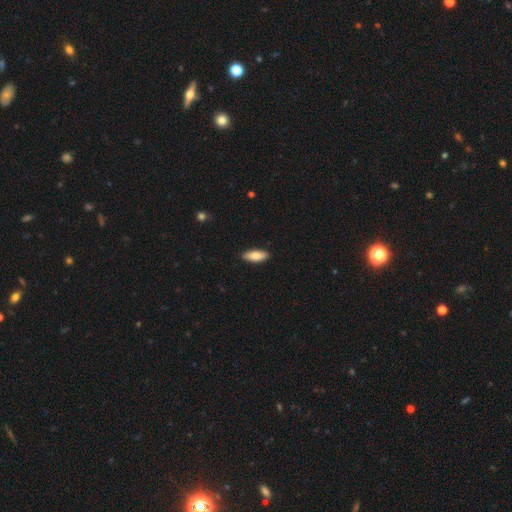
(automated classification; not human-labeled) smooth_or_featured: smooth (p=0.79) [alt: featured or disk p=0.16]
how_rounded: in between (p=0.75) [alt: cigar-shaped p=0.23]
merging: none (p=0.90) [alt: minor disturbance p=0.07]